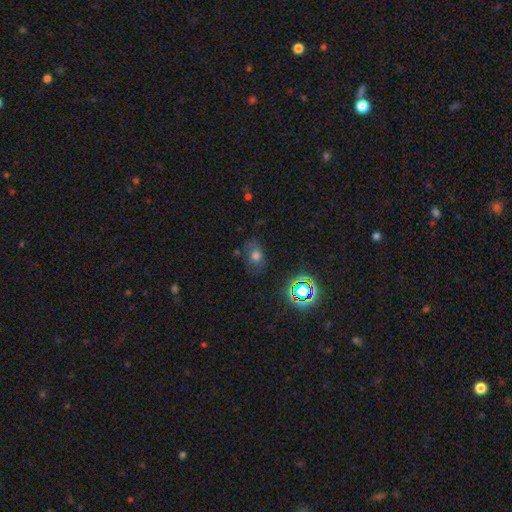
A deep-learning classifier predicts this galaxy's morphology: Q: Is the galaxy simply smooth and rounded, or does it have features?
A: smooth — 62%.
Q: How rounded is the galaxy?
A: in between — 68%.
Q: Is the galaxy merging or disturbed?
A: none — 69%.